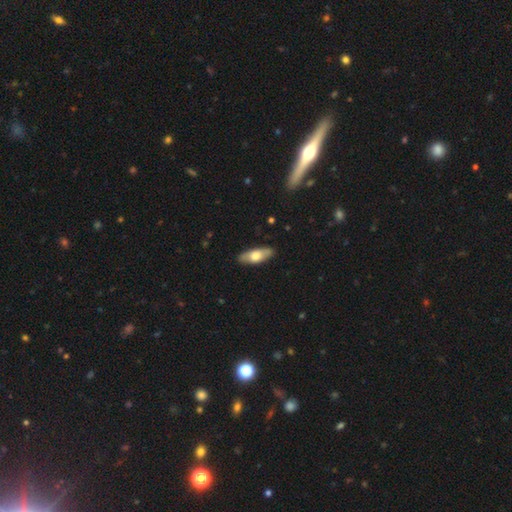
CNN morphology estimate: smooth_or_featured: smooth (p=0.63) [alt: featured or disk p=0.31]
how_rounded: in between (p=0.70) [alt: cigar-shaped p=0.27]
merging: none (p=0.87) [alt: minor disturbance p=0.10]